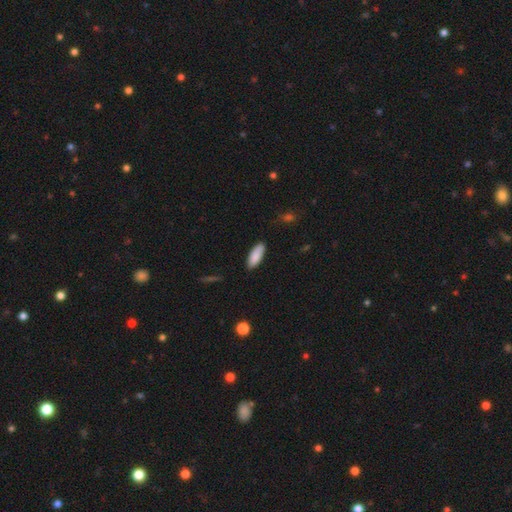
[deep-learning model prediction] Q: Smooth or featured?
A: smooth (87%); runner-up: featured or disk (6%)
Q: How rounded?
A: in between (70%); runner-up: cigar-shaped (28%)
Q: Merging?
A: none (84%); runner-up: minor disturbance (13%)